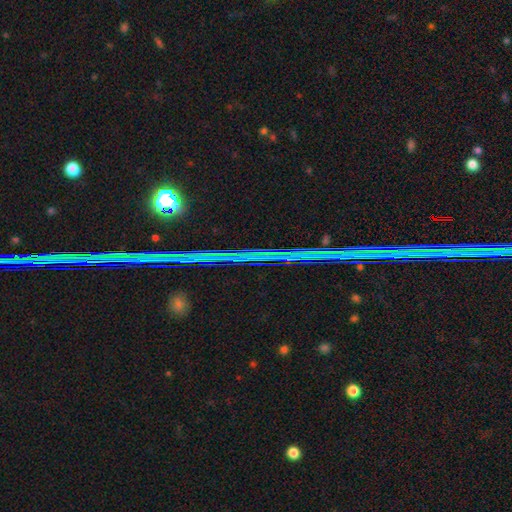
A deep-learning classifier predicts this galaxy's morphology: type=star or artifact (85%).